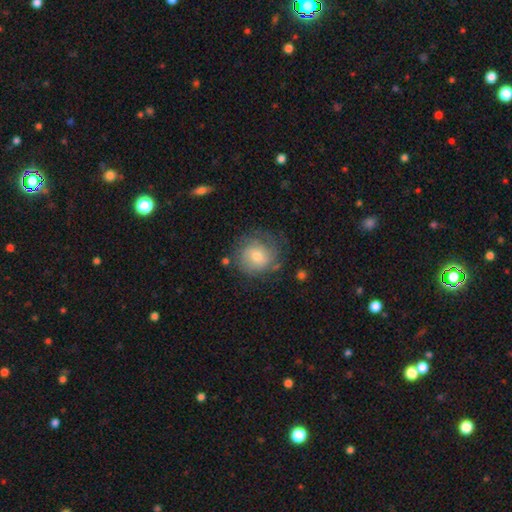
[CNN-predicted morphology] smooth 54%, featured or disk 37%, star or artifact 9%. Down the decision tree: how rounded — round (85%); merging — none (65%).